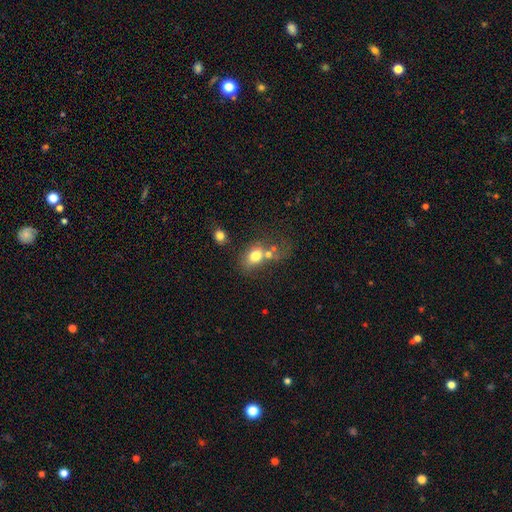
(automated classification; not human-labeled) smooth 72%, featured or disk 17%, star or artifact 11%. Down the decision tree: how rounded — in between (61%); merging — merger (40%).